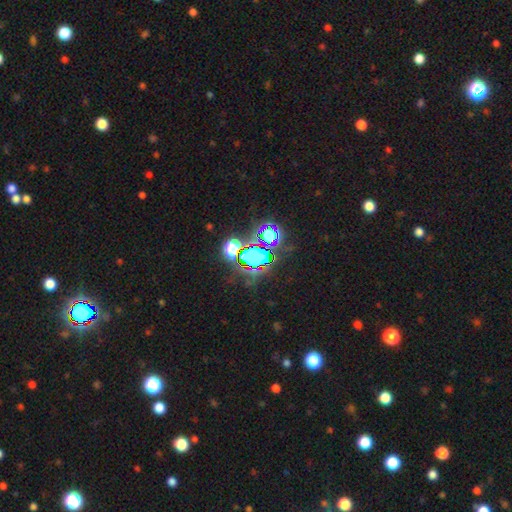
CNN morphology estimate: smooth_or_featured: star or artifact (p=0.76) [alt: smooth p=0.15]